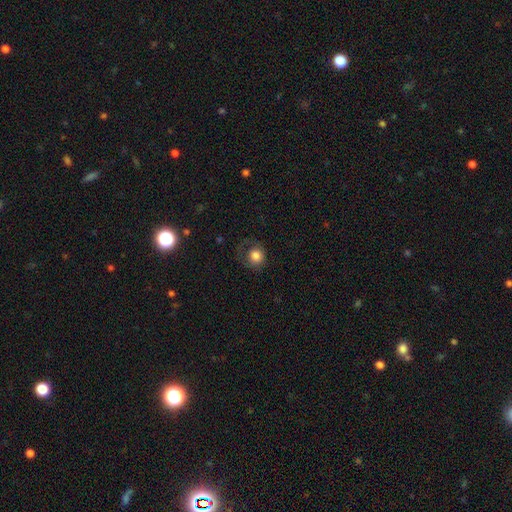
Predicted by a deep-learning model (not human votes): Overall: smooth (80%). How rounded: round (84%). Merging: none (58%; minor disturbance 21%).